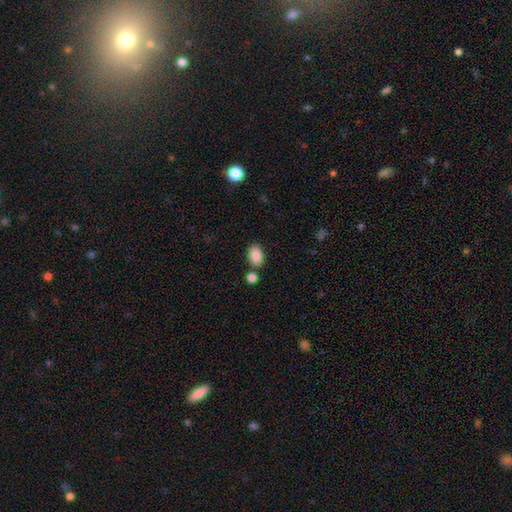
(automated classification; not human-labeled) The model was most divided on "merging": none: 76%, minor disturbance: 11%, merger: 11%, major disturbance: 3%. More confident: how rounded — in between (88%); smooth or featured — smooth (88%).